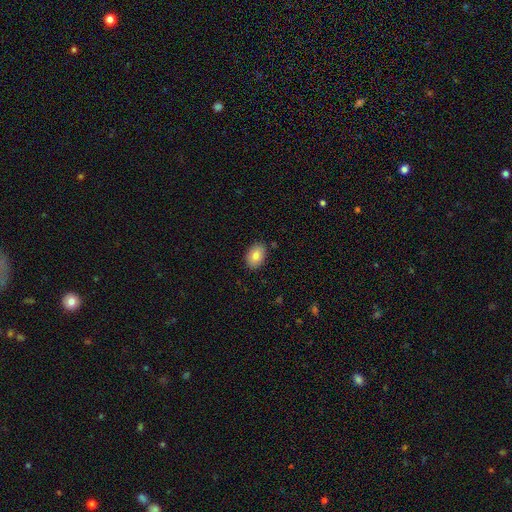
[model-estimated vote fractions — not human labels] smooth-or-featured: smooth: 83% | featured or disk: 10% | star or artifact: 7%
  how-rounded: in between: 84% | round: 15% | cigar-shaped: 1%
  merging: none: 86% | minor disturbance: 11% | major disturbance: 2% | merger: 1%